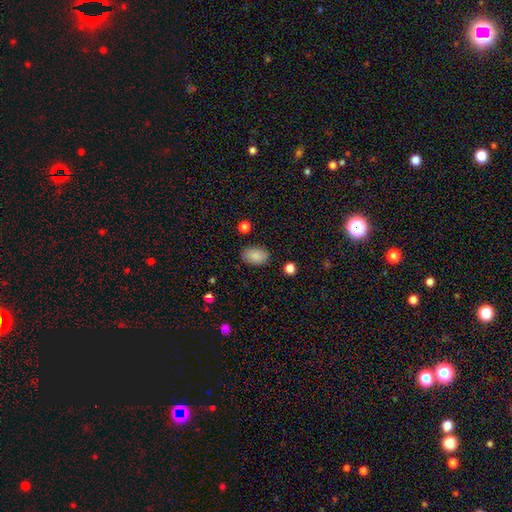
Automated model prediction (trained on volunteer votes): smooth_or_featured: smooth (p=0.88) [alt: star or artifact p=0.08]
how_rounded: in between (p=0.88) [alt: round p=0.10]
merging: none (p=0.84) [alt: minor disturbance p=0.11]